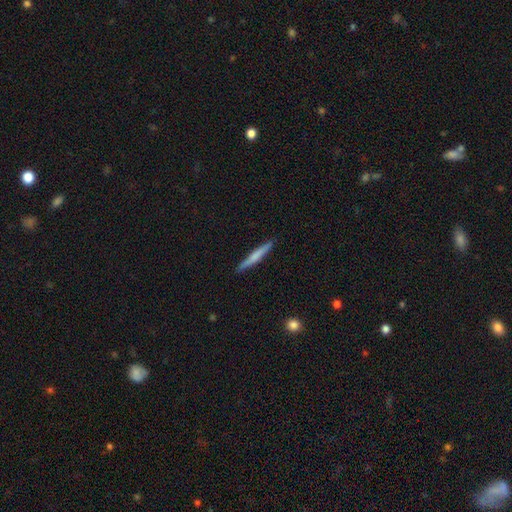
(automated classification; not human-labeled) Smooth or featured? smooth (59%)
How rounded? cigar-shaped (96%)
Merging? none (90%)